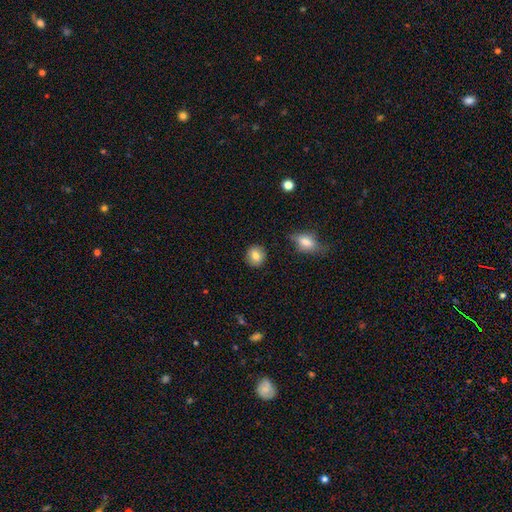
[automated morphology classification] The model was most divided on "smooth or featured": smooth: 82%, featured or disk: 10%, star or artifact: 9%. More confident: merging — none (88%); how rounded — round (87%).